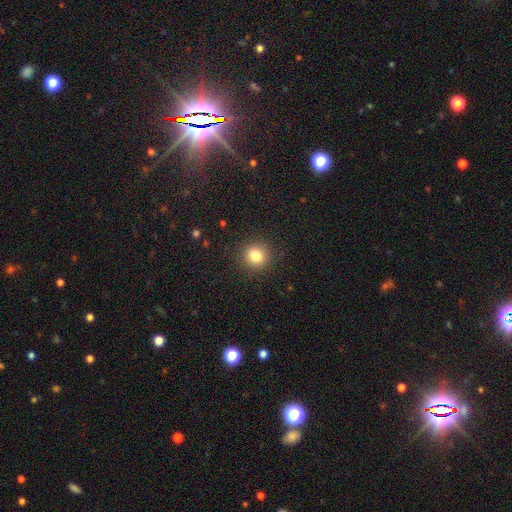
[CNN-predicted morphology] Overall: smooth (82%). How rounded: round (88%). Merging: none (90%).